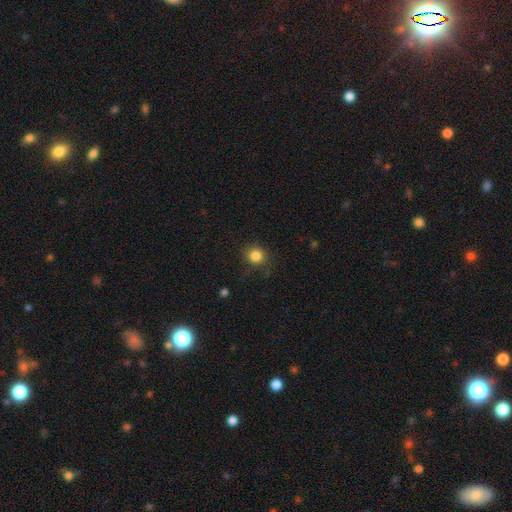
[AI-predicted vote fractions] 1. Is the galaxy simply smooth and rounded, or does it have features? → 85% smooth, 11% star or artifact, 4% featured or disk.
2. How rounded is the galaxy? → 88% round, 11% in between, 1% cigar-shaped.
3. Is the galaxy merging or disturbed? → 85% none, 10% minor disturbance, 3% major disturbance, 1% merger.